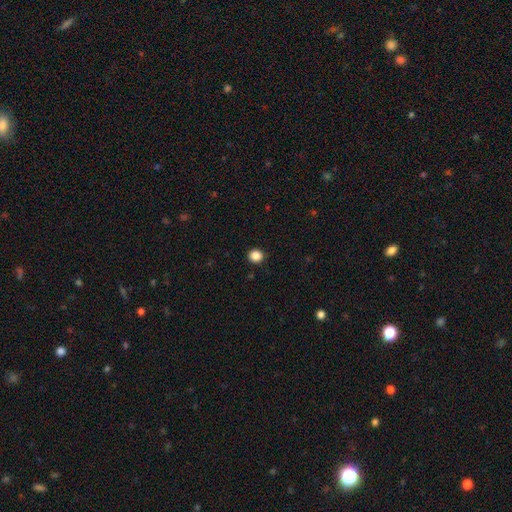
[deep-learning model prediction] Overall: smooth (87%). How rounded: round (88%). Merging: none (93%).